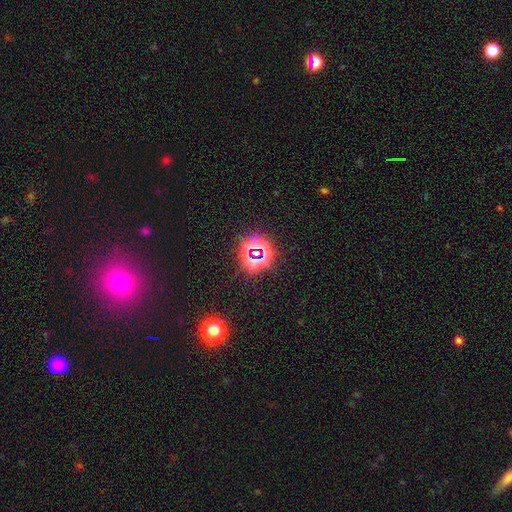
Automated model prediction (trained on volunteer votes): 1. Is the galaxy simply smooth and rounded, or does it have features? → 79% star or artifact, 14% smooth, 8% featured or disk.